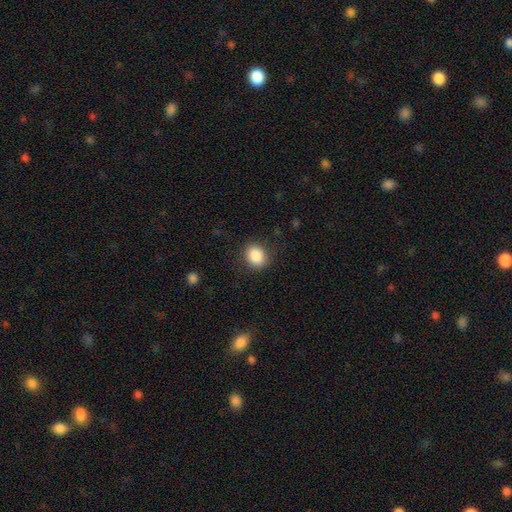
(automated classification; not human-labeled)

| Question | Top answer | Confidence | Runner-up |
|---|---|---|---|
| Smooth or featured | smooth | 87% | star or artifact (9%) |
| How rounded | round | 59% | in between (40%) |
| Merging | none | 86% | minor disturbance (9%) |